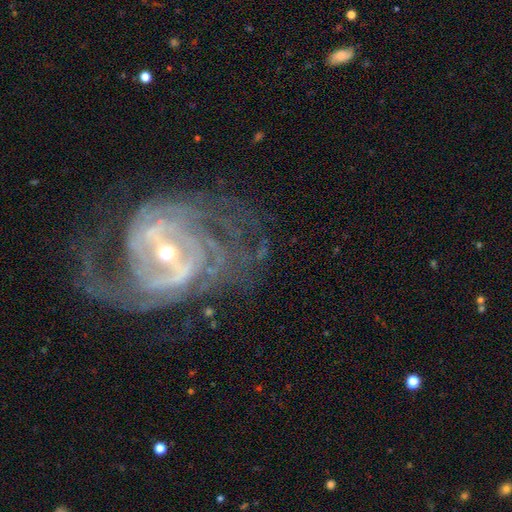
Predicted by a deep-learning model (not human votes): smooth-or-featured: featured or disk: 90% | star or artifact: 7% | smooth: 4%
  disk-edge-on: no: 96% | yes: 4%
    bar: strong: 55% | weak: 32% | no: 13%
    has-spiral-arms: yes: 96% | no: 4%
      spiral-winding: tight: 50% | medium: 37% | loose: 13%
      spiral-arm-count: 2: 29% | can't tell: 25% | 3: 15% | 4: 13% | more than 4: 10% | 1: 8%
    bulge-size: small: 59% | moderate: 36% | large: 2% | none: 1% | dominant: 1%
  merging: none: 56% | major disturbance: 24% | minor disturbance: 16% | merger: 4%